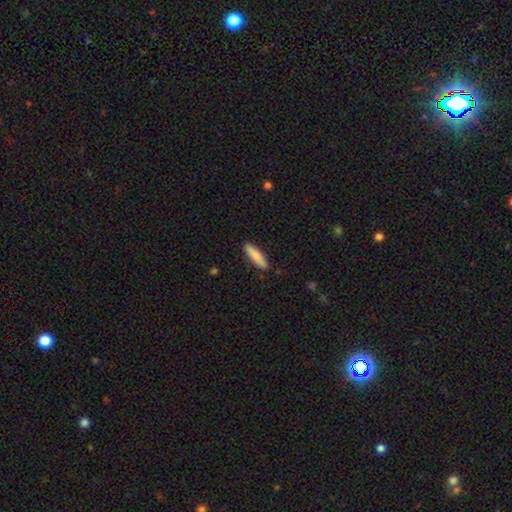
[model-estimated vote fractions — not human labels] Smooth or featured? Predicted: smooth (p=0.81). How rounded? Predicted: cigar-shaped (p=0.74). Merging? Predicted: none (p=0.89).